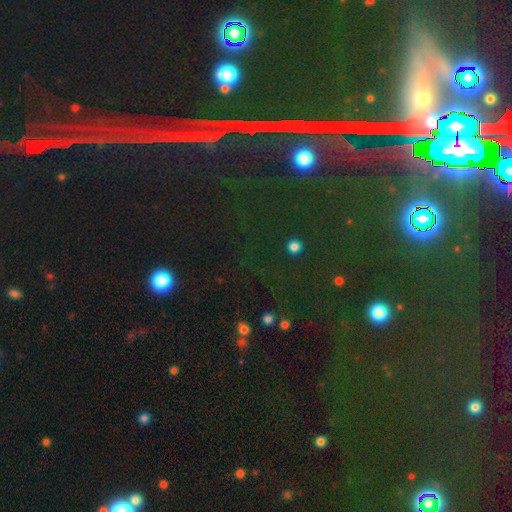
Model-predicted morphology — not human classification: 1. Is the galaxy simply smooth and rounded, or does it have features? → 78% star or artifact, 12% smooth, 9% featured or disk.